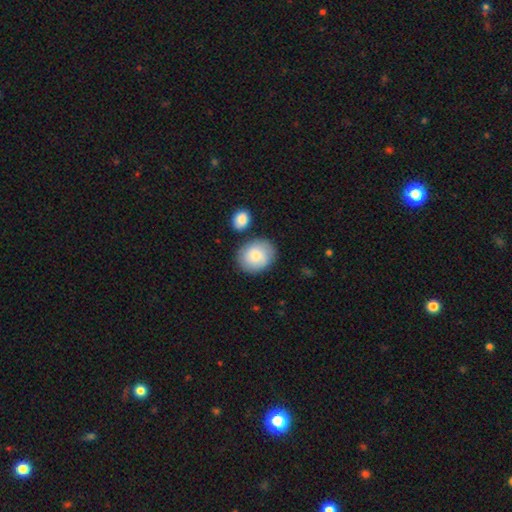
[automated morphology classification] Smooth or featured? smooth (78%)
How rounded? round (63%)
Merging? none (75%)